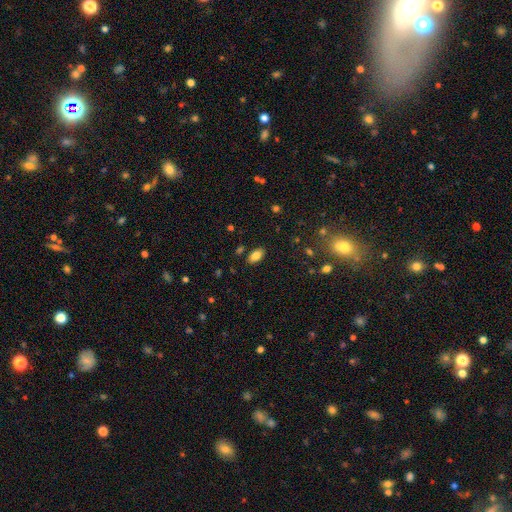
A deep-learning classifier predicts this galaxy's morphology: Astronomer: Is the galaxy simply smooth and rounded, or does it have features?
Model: smooth — 82%.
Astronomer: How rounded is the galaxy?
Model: in between — 93%.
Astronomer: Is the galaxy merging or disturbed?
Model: none — 86%.